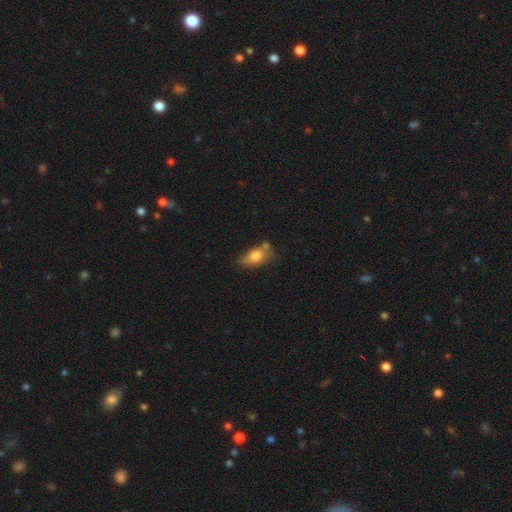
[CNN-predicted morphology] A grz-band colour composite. It shows a smooth galaxy with no disk features (78%) that is in between round and cigar-shaped (84%). Merging: none (50%).